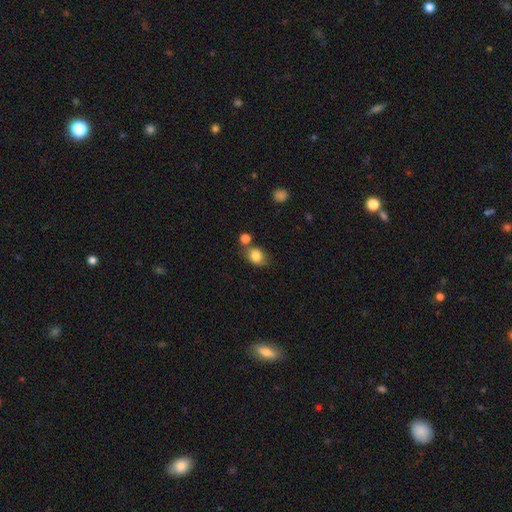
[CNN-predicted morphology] Q: Smooth or featured?
A: smooth (83%); runner-up: star or artifact (9%)
Q: How rounded?
A: in between (57%); runner-up: round (42%)
Q: Merging?
A: none (56%); runner-up: merger (21%)